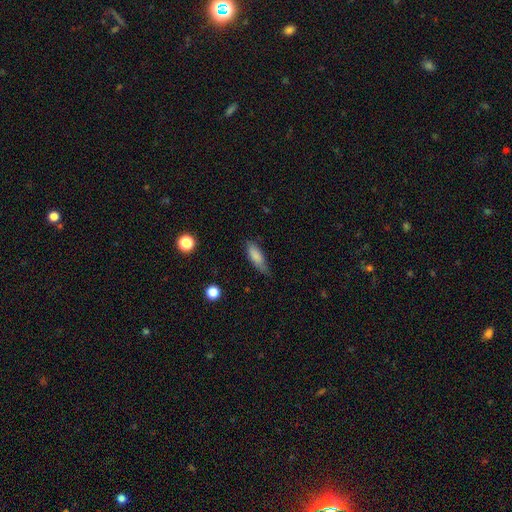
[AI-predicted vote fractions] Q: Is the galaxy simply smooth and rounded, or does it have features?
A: smooth — 82%.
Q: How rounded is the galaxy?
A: in between — 58%.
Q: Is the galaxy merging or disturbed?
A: none — 61%.